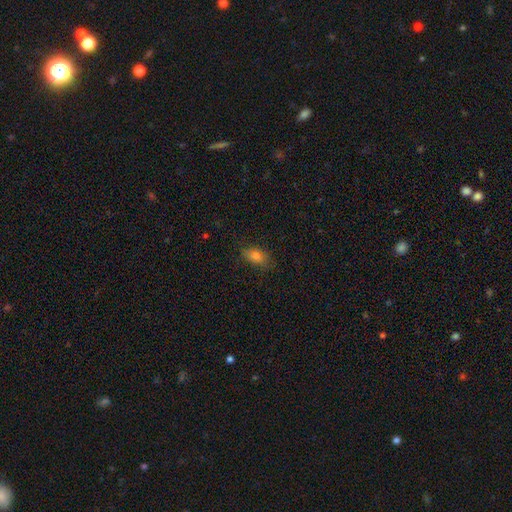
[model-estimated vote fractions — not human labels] Q: Smooth or featured?
A: smooth (78%); runner-up: star or artifact (12%)
Q: How rounded?
A: in between (82%); runner-up: round (13%)
Q: Merging?
A: none (78%); runner-up: minor disturbance (17%)